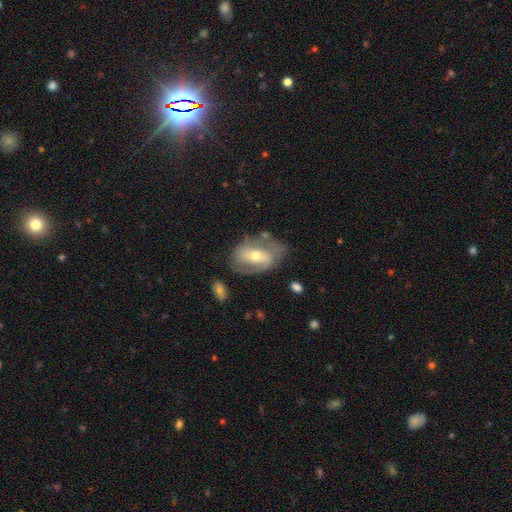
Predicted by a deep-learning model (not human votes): Q: Smooth or featured?
A: featured or disk (71%); runner-up: smooth (22%)
Q: Edge-on disk?
A: no (94%); runner-up: yes (6%)
Q: Bar?
A: weak (37%); runner-up: no (32%)
Q: Spiral arms?
A: yes (79%); runner-up: no (21%)
Q: Spiral winding?
A: medium (42%); runner-up: tight (34%)
Q: Spiral arm count?
A: 2 (70%); runner-up: can't tell (18%)
Q: Bulge size?
A: moderate (52%); runner-up: small (44%)
Q: Merging?
A: none (62%); runner-up: minor disturbance (22%)